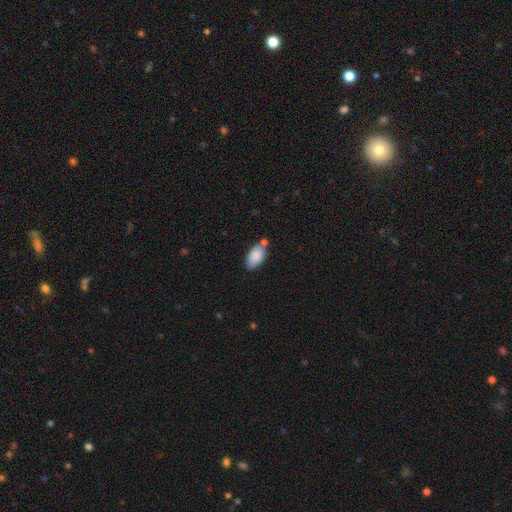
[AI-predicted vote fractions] smooth 86%, featured or disk 7%, star or artifact 7%. Down the decision tree: how rounded — in between (94%); merging — none (68%).